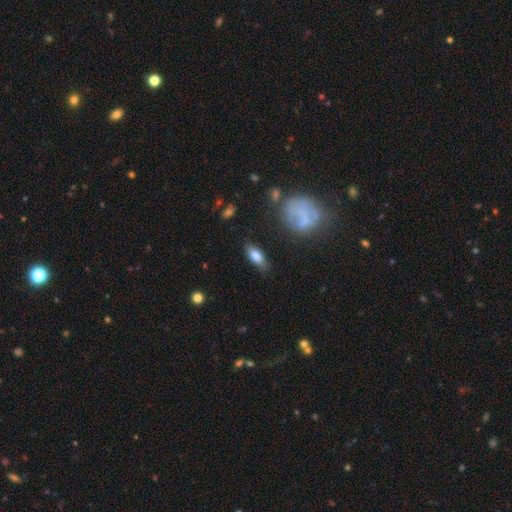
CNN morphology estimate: smooth 80%, featured or disk 13%, star or artifact 8%. Down the decision tree: how rounded — in between (80%); merging — none (78%).